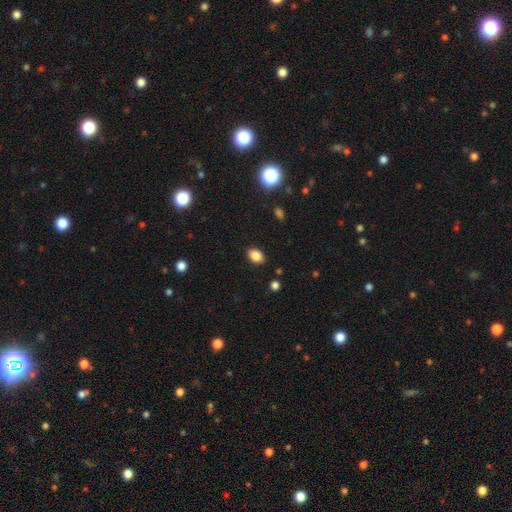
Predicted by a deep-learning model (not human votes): A smooth galaxy with no disk features (85%) that is in between round and cigar-shaped (76%). Merging: none (87%).